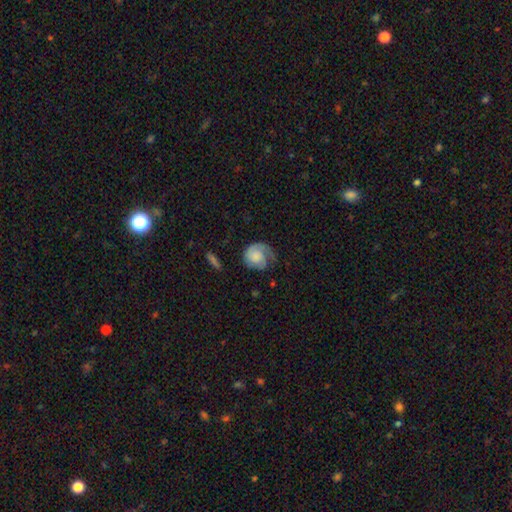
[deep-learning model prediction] smooth-or-featured: featured or disk: 54% | smooth: 40% | star or artifact: 7%
  disk-edge-on: no: 97% | yes: 3%
    bar: no: 75% | weak: 22% | strong: 3%
    has-spiral-arms: yes: 90% | no: 10%
    bulge-size: none: 27% | small: 25% | moderate: 25% | large: 18% | dominant: 5%
  merging: none: 49% | minor disturbance: 25% | major disturbance: 25% | merger: 2%